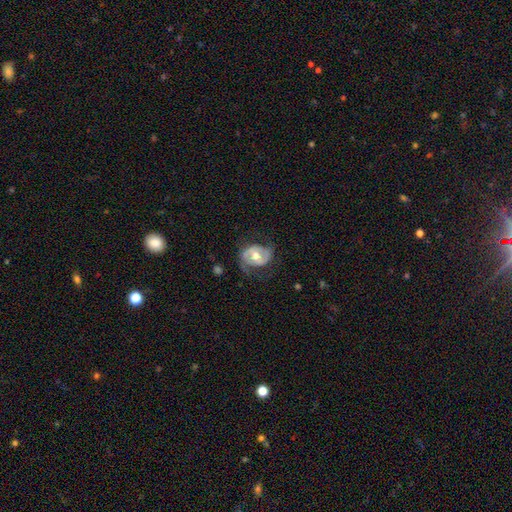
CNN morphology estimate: smooth_or_featured: featured or disk (p=0.71) [alt: smooth p=0.23]
disk_edge_on: no (p=0.96) [alt: yes p=0.04]
bar: weak (p=0.40) [alt: no p=0.39]
has_spiral_arms: yes (p=0.78) [alt: no p=0.22]
spiral_winding: medium (p=0.43) [alt: loose p=0.30]
spiral_arm_count: 2 (p=0.81) [alt: can't tell p=0.09]
bulge_size: moderate (p=0.76) [alt: small p=0.12]
merging: none (p=0.62) [alt: minor disturbance p=0.22]